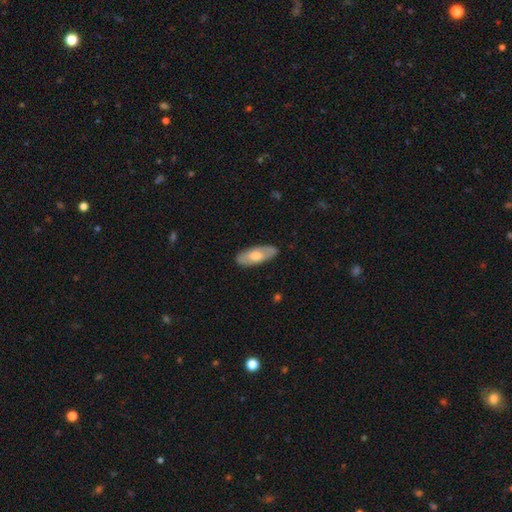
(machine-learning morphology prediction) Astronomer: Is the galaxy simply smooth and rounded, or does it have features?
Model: smooth — 55% (runner-up: featured or disk, 40%).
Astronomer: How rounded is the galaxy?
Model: in between — 84%.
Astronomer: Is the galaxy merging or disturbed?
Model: none — 86%.